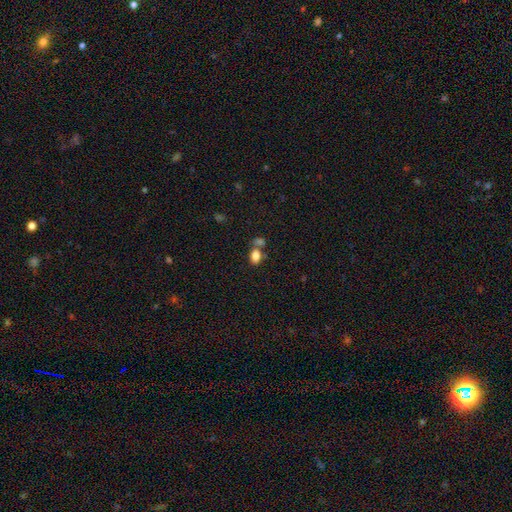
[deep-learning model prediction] A smooth galaxy with no disk features (83%) that is in between round and cigar-shaped (84%). Merging: none (49%).